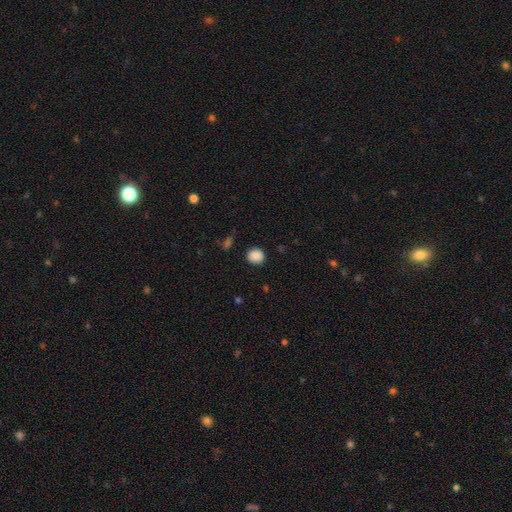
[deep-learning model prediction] This appears to be a smooth galaxy with no disk features (88%) that is round (82%). Merging: none (88%).